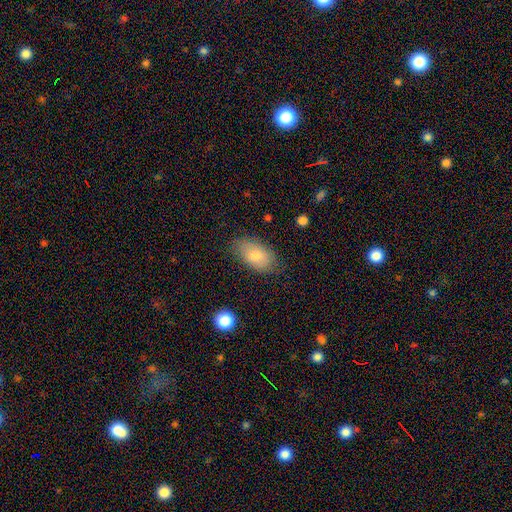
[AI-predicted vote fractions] Smooth or featured? Predicted: smooth (p=0.79). How rounded? Predicted: in between (p=0.93). Merging? Predicted: none (p=0.77).